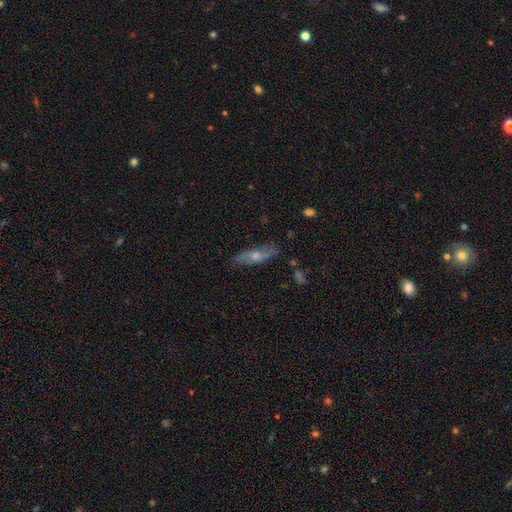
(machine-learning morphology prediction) Smooth or featured: featured or disk — 57% (smooth — 34%)
Edge-on disk: yes — 54% (no — 46%)
Merging: none — 80% (minor disturbance — 15%)